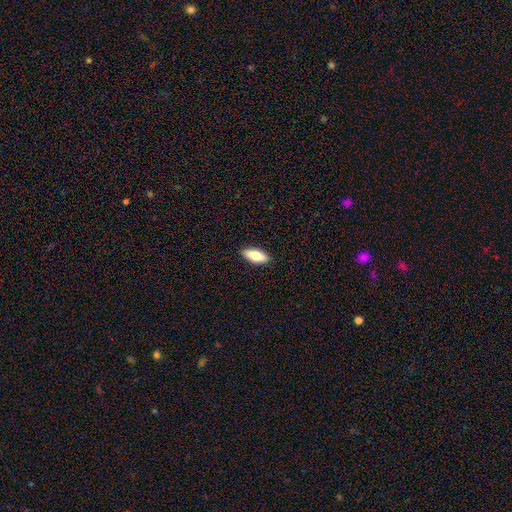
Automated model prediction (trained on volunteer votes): Smooth or featured: smooth — 75% (featured or disk — 19%)
How rounded: in between — 76% (cigar-shaped — 22%)
Merging: none — 89% (minor disturbance — 8%)